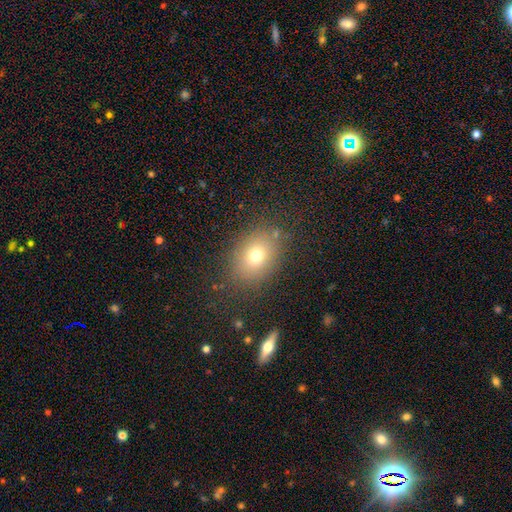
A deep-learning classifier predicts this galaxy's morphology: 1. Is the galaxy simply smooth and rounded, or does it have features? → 73% smooth, 14% star or artifact, 13% featured or disk.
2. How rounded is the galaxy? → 63% in between, 36% round, 1% cigar-shaped.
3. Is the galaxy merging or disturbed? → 82% none, 11% minor disturbance, 5% major disturbance, 2% merger.